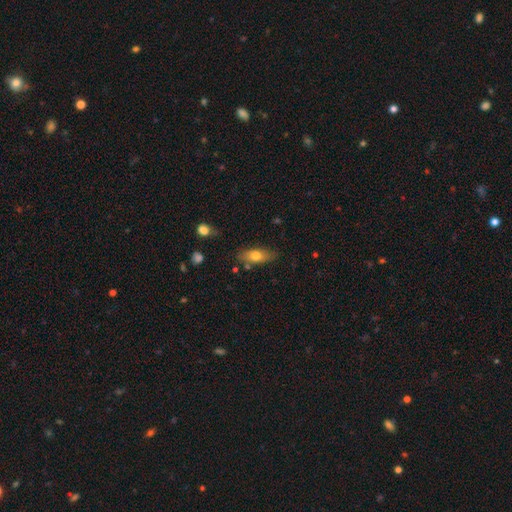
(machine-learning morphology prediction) type=smooth (69%); roundness=in between (74%); merging=none (76%).